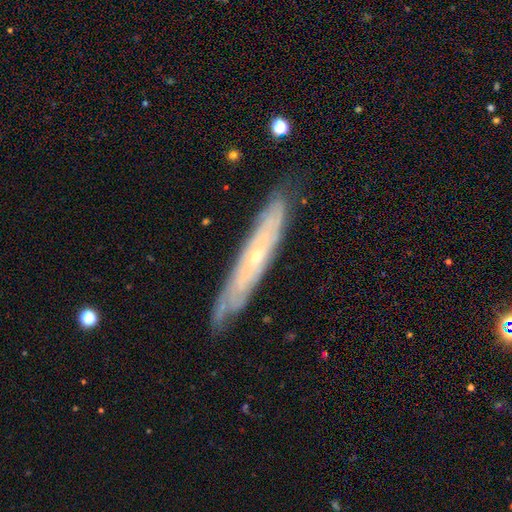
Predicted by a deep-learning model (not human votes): This is likely a featured or disk galaxy (72%). It is possibly viewed edge-on (57%). Merging: likely none (78%).